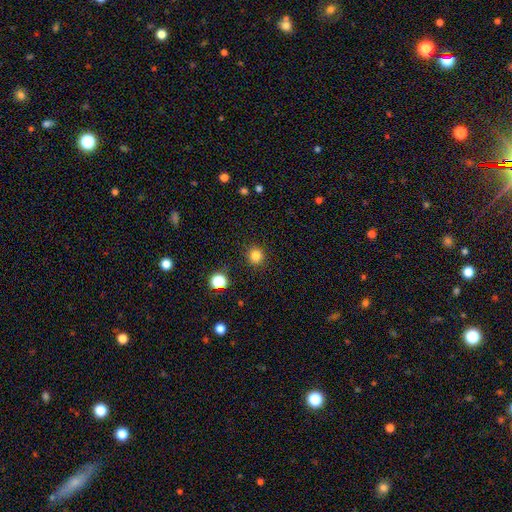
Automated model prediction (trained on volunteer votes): Overall: smooth (82%). How rounded: round (92%). Merging: none (91%).